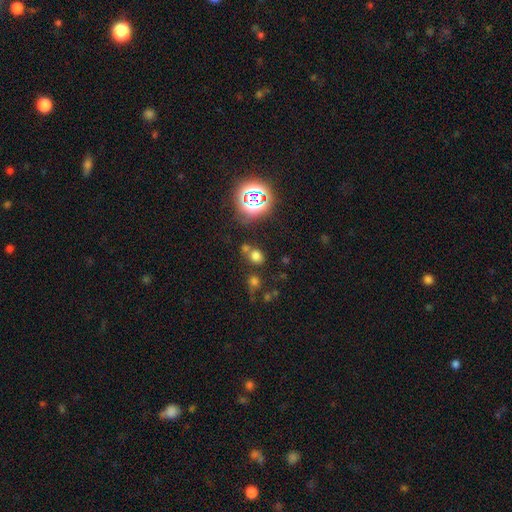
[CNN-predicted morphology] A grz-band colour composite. It shows a smooth galaxy with no disk features (63%) that is round (56%). Merging: none (62%).